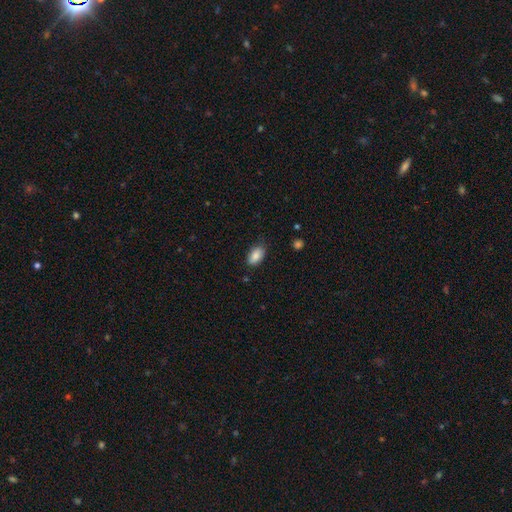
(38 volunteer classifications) Smooth or featured: smooth — 92% (featured or disk — 5%)
How rounded: in between — 94% (round — 6%)
Merging: none — 70% (minor disturbance — 30%)